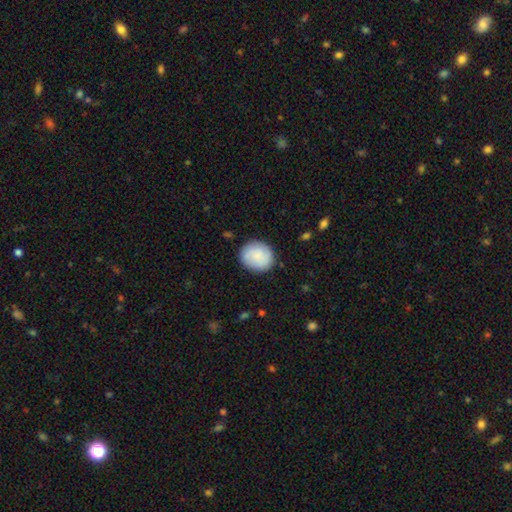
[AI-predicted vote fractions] Overall: smooth (81%). How rounded: round (82%). Merging: none (87%).